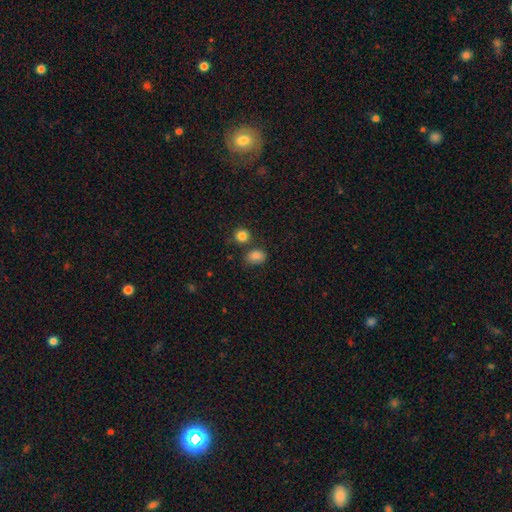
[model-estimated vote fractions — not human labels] smooth 83%, star or artifact 11%, featured or disk 6%. Down the decision tree: how rounded — in between (67%); merging — none (65%).